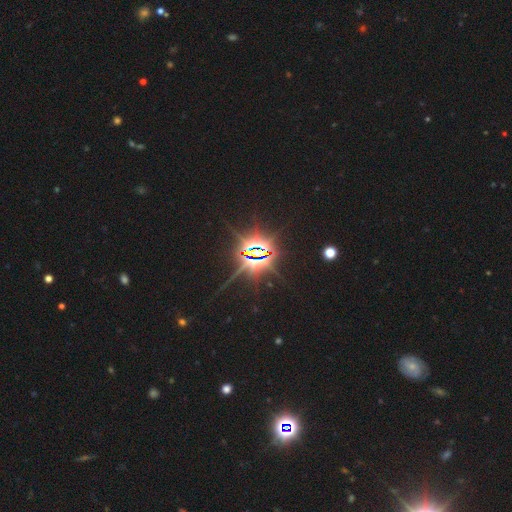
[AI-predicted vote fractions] This appears to be a star or artifact, not a galaxy (84%).